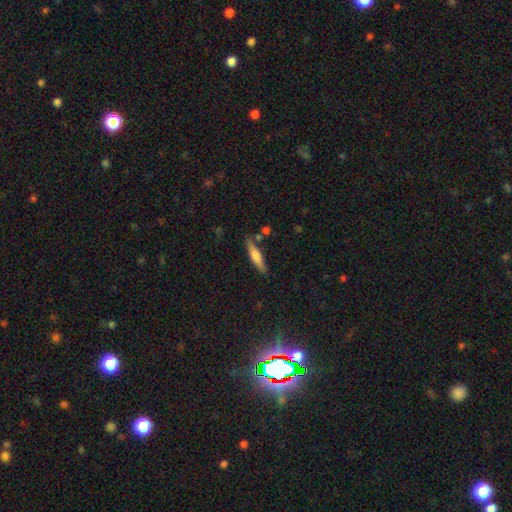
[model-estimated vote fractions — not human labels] This is possibly a smooth galaxy (55%). How rounded: clearly cigar-shaped (81%). Merging: clearly none (82%).